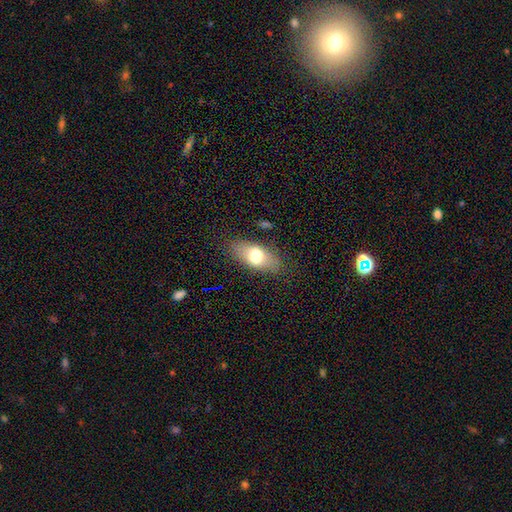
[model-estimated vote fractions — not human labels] This is likely a smooth galaxy (70%). How rounded: clearly in between (86%). Merging: likely none (79%).